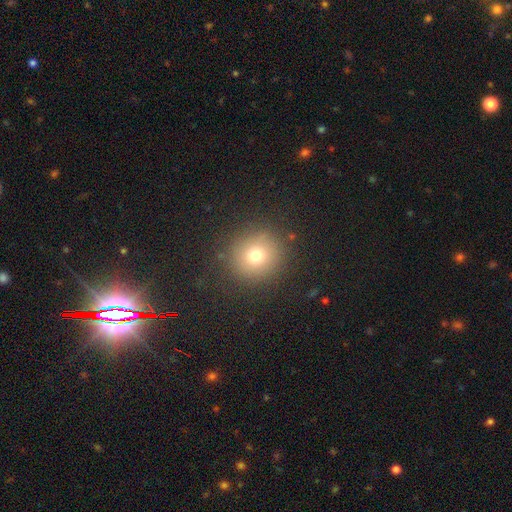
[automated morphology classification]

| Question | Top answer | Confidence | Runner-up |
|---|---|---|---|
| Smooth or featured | smooth | 73% | star or artifact (16%) |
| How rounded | round | 92% | in between (7%) |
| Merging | none | 87% | minor disturbance (8%) |